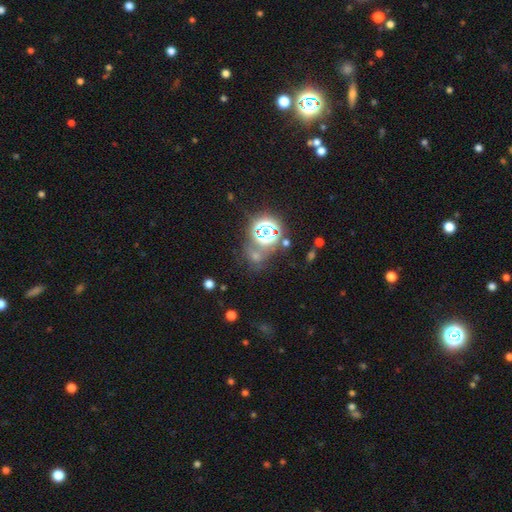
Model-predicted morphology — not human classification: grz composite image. It shows a star or artifact, not a galaxy (66%).